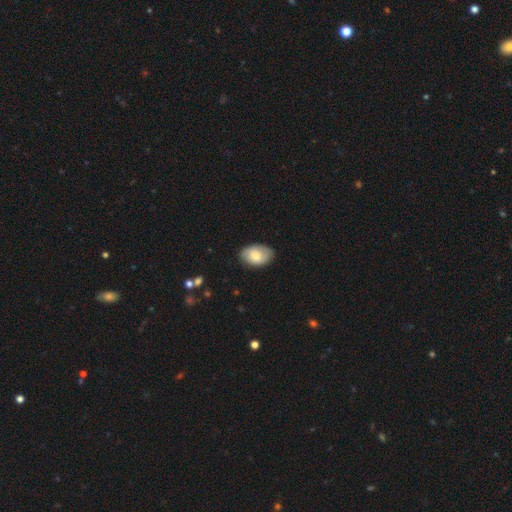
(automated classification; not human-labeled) Q: Smooth or featured?
A: smooth (75%); runner-up: featured or disk (19%)
Q: How rounded?
A: in between (89%); runner-up: round (10%)
Q: Merging?
A: none (79%); runner-up: minor disturbance (17%)